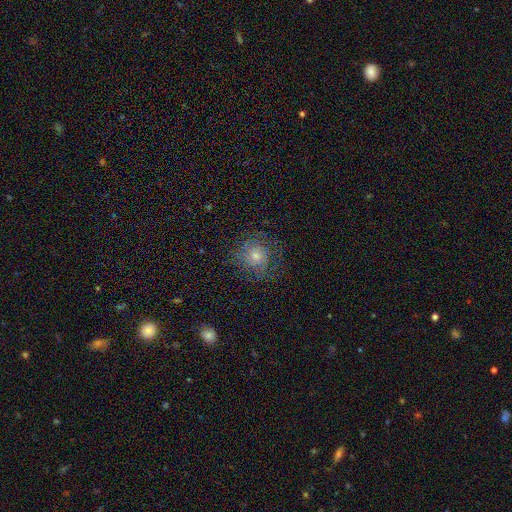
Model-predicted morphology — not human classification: Smooth or featured: smooth — 44% (featured or disk — 39%)
Merging: none — 74% (minor disturbance — 15%)